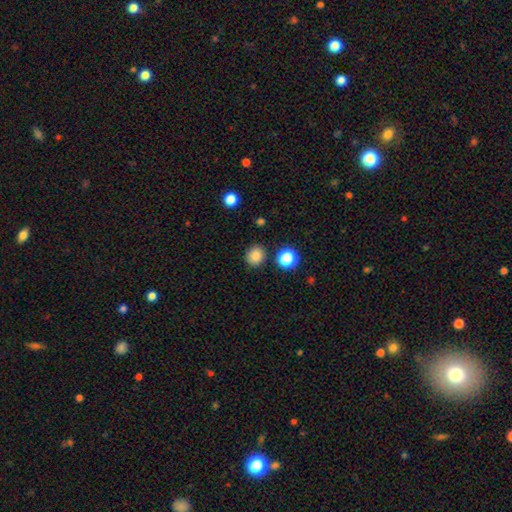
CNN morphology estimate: Smooth or featured? smooth (84%)
How rounded? round (82%)
Merging? none (86%)